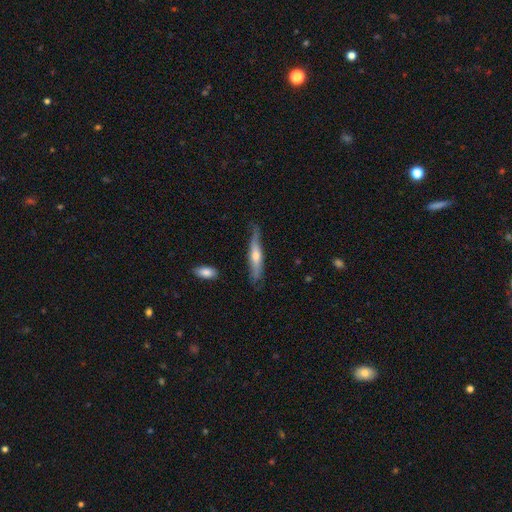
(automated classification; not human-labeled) Morphology: type=featured or disk (57%); edge-on=yes (88%); edge-on bulge=rounded (82%); merging=none (70%).